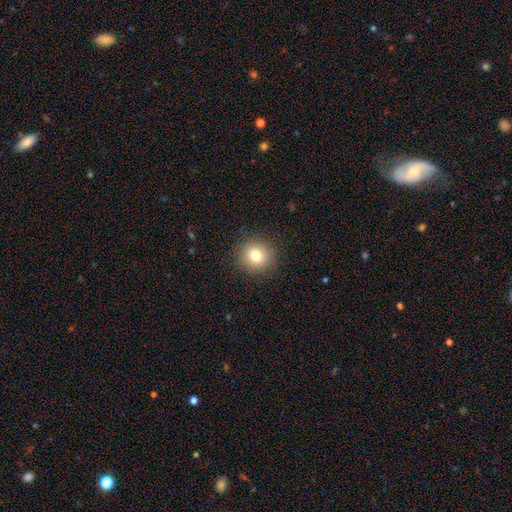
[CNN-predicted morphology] Overall: smooth (79%). How rounded: round (92%). Merging: none (91%).